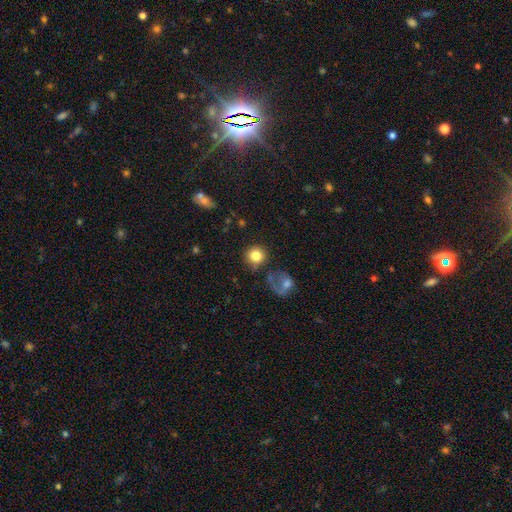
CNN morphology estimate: smooth 82%, star or artifact 10%, featured or disk 8%. Down the decision tree: how rounded — round (90%); merging — none (74%).